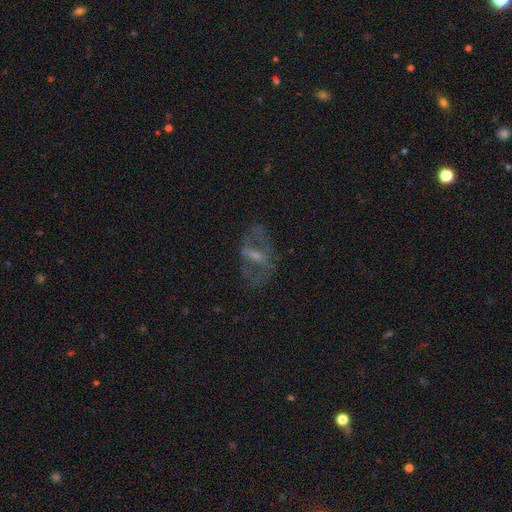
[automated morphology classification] Smooth or featured? featured or disk (62%)
Edge-on disk? no (90%)
Bar? weak (37%)
Spiral arms? no (67%)
Bulge size? small (40%)
Merging? none (56%)